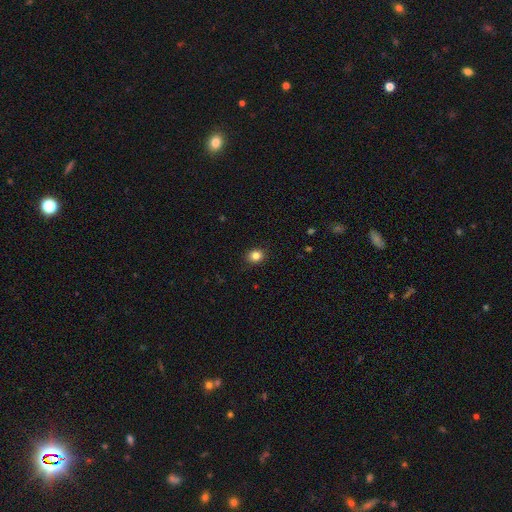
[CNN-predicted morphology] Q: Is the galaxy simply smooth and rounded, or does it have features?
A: smooth — 84%.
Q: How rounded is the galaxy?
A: round — 67%.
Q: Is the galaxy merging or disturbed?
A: none — 90%.